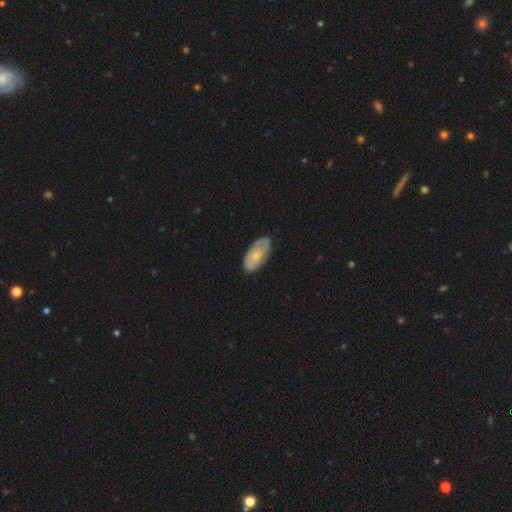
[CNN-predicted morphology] This appears to be a smooth galaxy with no disk features (65%) that is in between round and cigar-shaped (93%). Merging: none (77%).